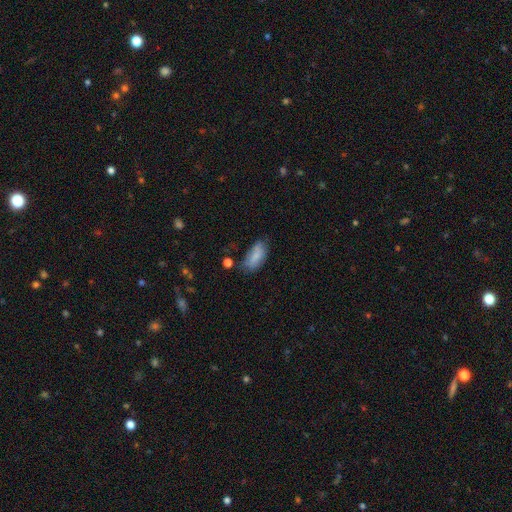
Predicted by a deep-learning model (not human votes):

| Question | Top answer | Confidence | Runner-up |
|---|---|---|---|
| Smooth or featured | smooth | 80% | featured or disk (13%) |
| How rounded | in between | 91% | cigar-shaped (7%) |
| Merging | none | 59% | minor disturbance (28%) |